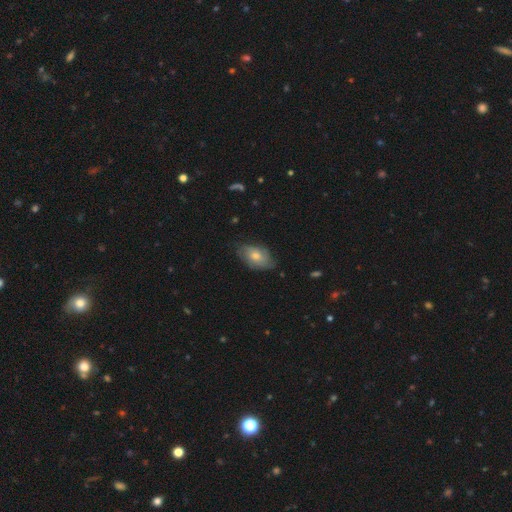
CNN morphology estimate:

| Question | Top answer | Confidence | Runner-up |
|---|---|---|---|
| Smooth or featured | smooth | 52% | featured or disk (38%) |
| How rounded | in between | 88% | round (10%) |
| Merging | none | 70% | minor disturbance (24%) |